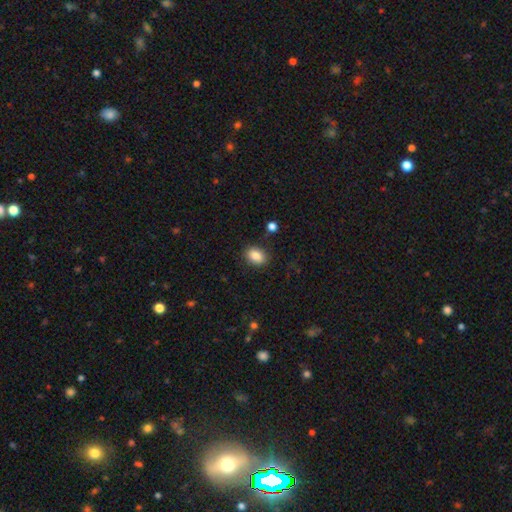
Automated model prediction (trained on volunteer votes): smooth-or-featured: smooth: 86% | star or artifact: 9% | featured or disk: 5%
  how-rounded: in between: 73% | round: 26% | cigar-shaped: 1%
  merging: none: 85% | minor disturbance: 10% | major disturbance: 3% | merger: 2%